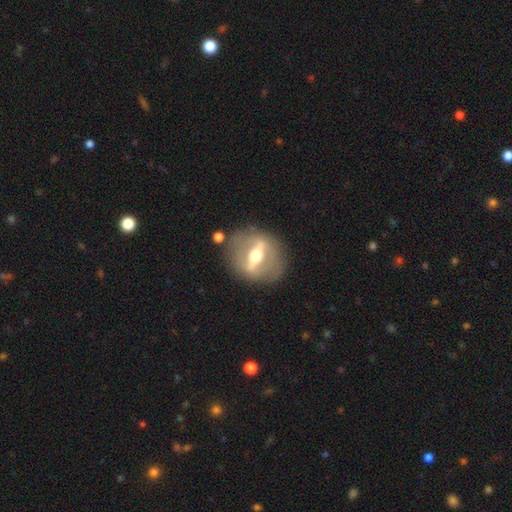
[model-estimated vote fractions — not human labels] This appears to be a featured or disk galaxy (80%). Merging: none (82%).